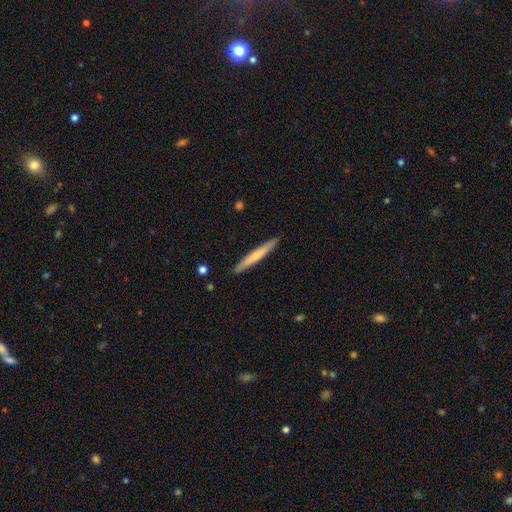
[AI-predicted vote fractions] This is likely a smooth galaxy (63%). How rounded: clearly cigar-shaped (96%). Merging: clearly none (91%).